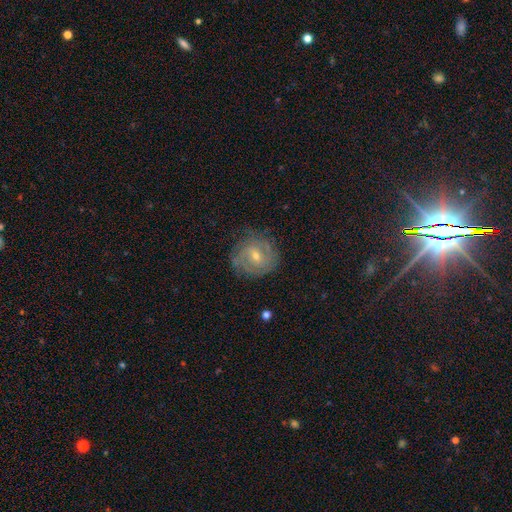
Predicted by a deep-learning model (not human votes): Q: Smooth or featured?
A: featured or disk (75%); runner-up: smooth (16%)
Q: Edge-on disk?
A: no (97%); runner-up: yes (3%)
Q: Bar?
A: no (49%); runner-up: weak (42%)
Q: Spiral arms?
A: yes (92%); runner-up: no (8%)
Q: Spiral winding?
A: tight (68%); runner-up: medium (25%)
Q: Spiral arm count?
A: can't tell (37%); runner-up: 2 (28%)
Q: Bulge size?
A: small (51%); runner-up: moderate (46%)
Q: Merging?
A: none (78%); runner-up: minor disturbance (16%)